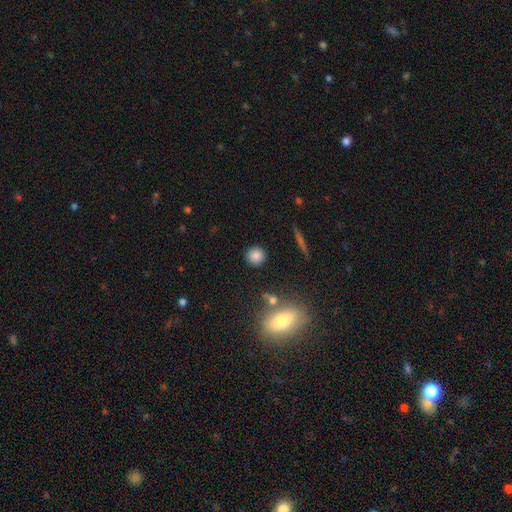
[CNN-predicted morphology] A smooth galaxy with no disk features (83%) that is round (87%).

Vote fractions:
- Smooth or featured? smooth: 83% / star or artifact: 11% / featured or disk: 6%
- How rounded? round: 87% / in between: 11% / cigar-shaped: 2%
- Merging? none: 88% / minor disturbance: 7% / merger: 3% / major disturbance: 2%